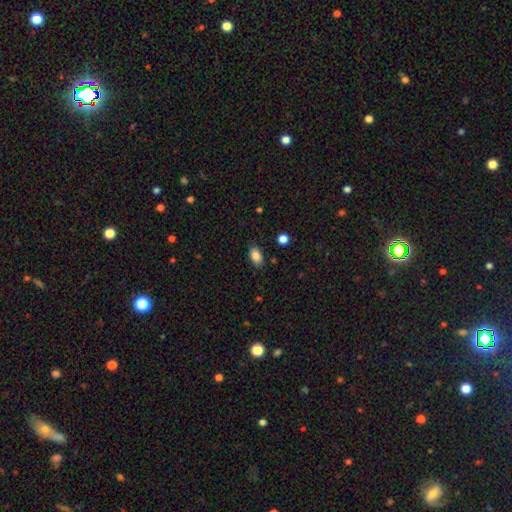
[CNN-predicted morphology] smooth 86%, star or artifact 9%, featured or disk 5%. Down the decision tree: how rounded — in between (90%); merging — none (84%).